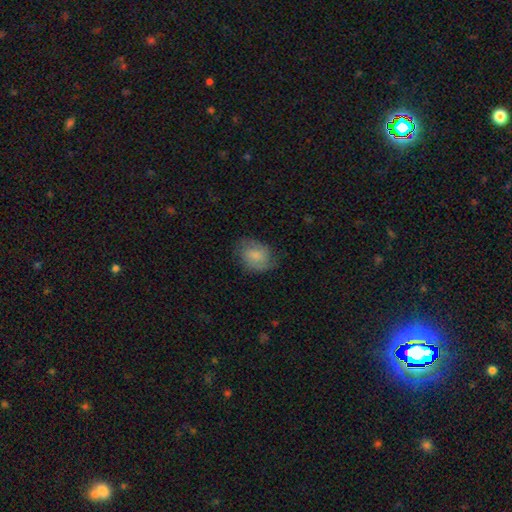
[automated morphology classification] smooth-or-featured: smooth: 67% | featured or disk: 26% | star or artifact: 7%
  how-rounded: in between: 59% | round: 39% | cigar-shaped: 1%
  merging: none: 68% | minor disturbance: 23% | major disturbance: 8% | merger: 1%